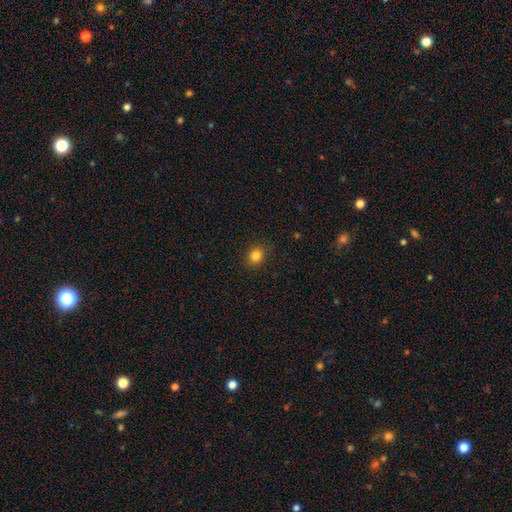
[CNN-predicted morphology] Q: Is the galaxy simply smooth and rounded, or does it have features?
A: smooth — 83%.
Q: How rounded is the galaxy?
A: round — 71%.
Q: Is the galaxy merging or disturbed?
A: none — 87%.